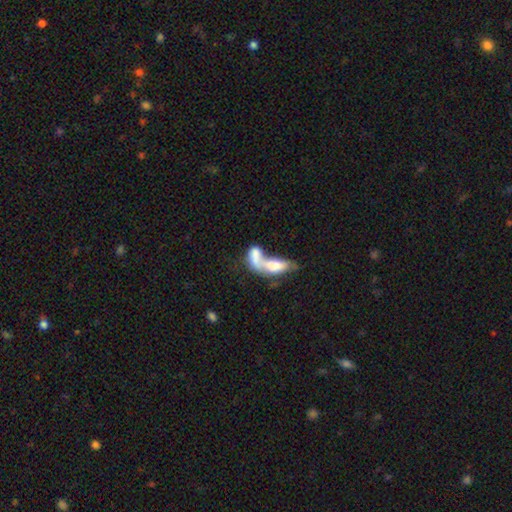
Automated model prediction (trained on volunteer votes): Q: Smooth or featured?
A: smooth (62%); runner-up: featured or disk (31%)
Q: How rounded?
A: in between (77%); runner-up: cigar-shaped (17%)
Q: Merging?
A: merger (77%); runner-up: major disturbance (10%)